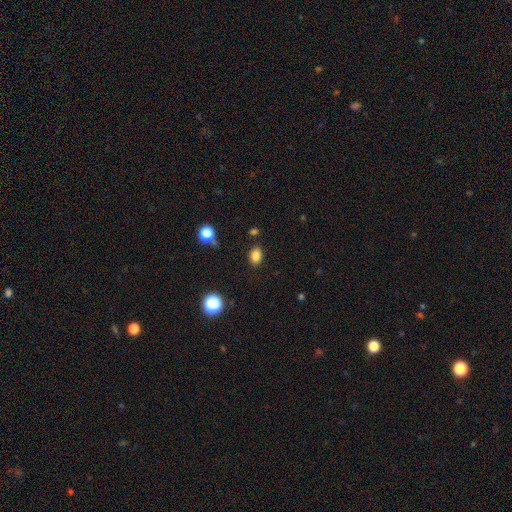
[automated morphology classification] Smooth or featured: smooth — 83% (star or artifact — 12%)
How rounded: in between — 76% (round — 23%)
Merging: none — 85% (minor disturbance — 10%)